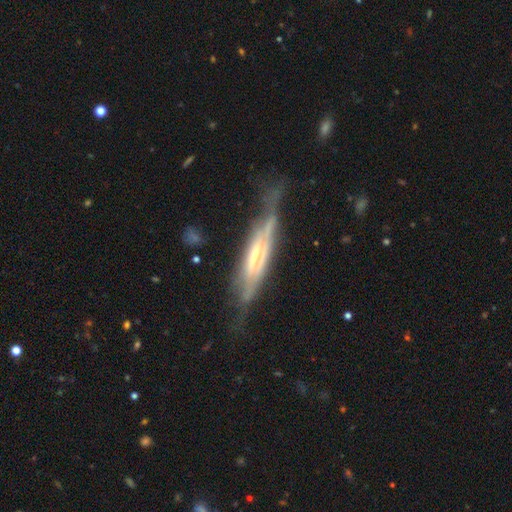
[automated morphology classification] type=featured or disk (79%); edge-on=yes (85%); edge-on bulge=rounded (46%); merging=none (63%).